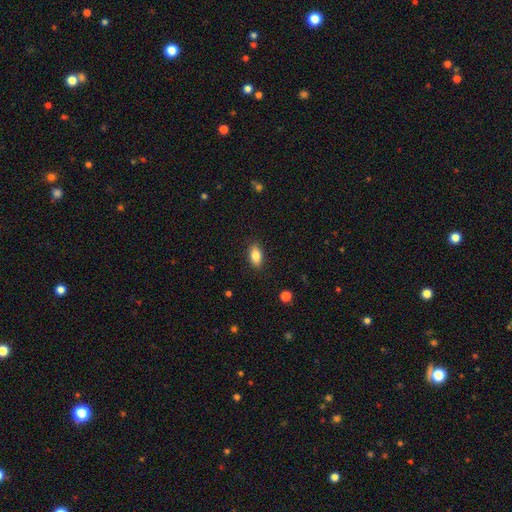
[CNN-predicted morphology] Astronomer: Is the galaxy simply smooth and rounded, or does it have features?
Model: smooth — 84%.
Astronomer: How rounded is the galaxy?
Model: in between — 89%.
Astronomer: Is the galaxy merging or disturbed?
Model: none — 87%.